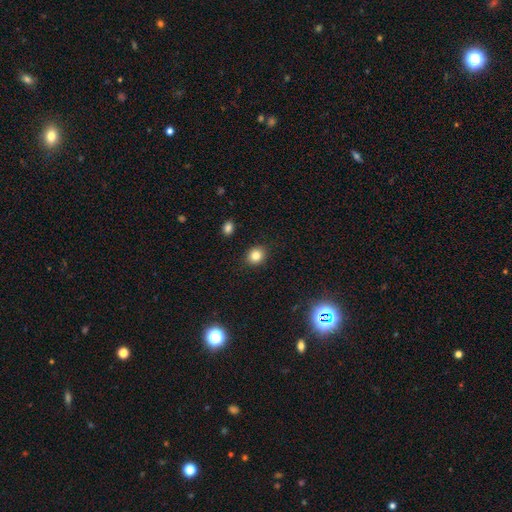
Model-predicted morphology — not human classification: smooth-or-featured: smooth: 83% | star or artifact: 11% | featured or disk: 6%
  how-rounded: round: 66% | in between: 33% | cigar-shaped: 1%
  merging: none: 89% | minor disturbance: 7% | major disturbance: 2% | merger: 1%